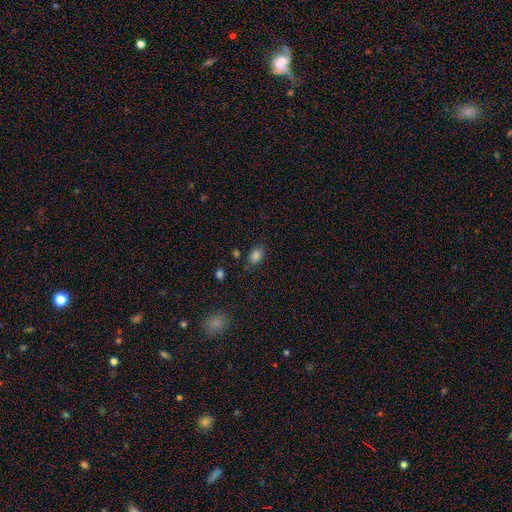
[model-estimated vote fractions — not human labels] smooth_or_featured: smooth (p=0.83) [alt: star or artifact p=0.11]
how_rounded: in between (p=0.80) [alt: round p=0.19]
merging: none (p=0.74) [alt: minor disturbance p=0.18]